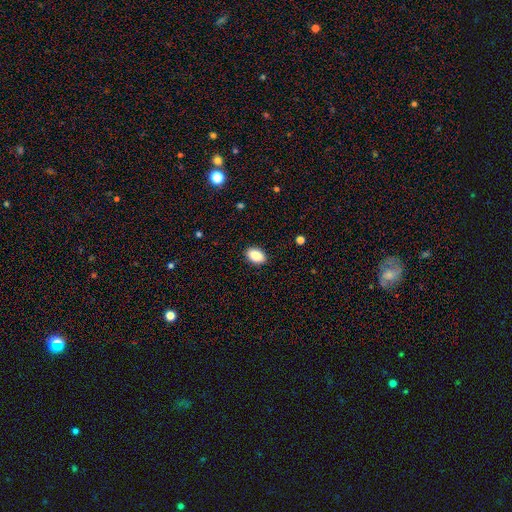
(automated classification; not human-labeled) smooth-or-featured: smooth: 87% | star or artifact: 7% | featured or disk: 5%
  how-rounded: in between: 89% | round: 10% | cigar-shaped: 1%
  merging: none: 89% | minor disturbance: 8% | major disturbance: 2% | merger: 1%